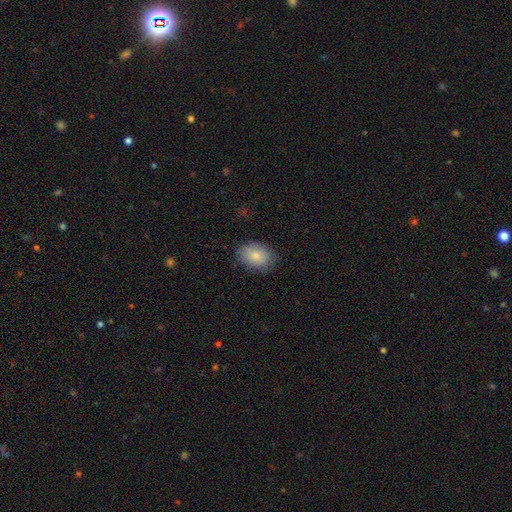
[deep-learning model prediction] A smooth galaxy with no disk features (84%) that is in between round and cigar-shaped (78%). Merging: none (83%).